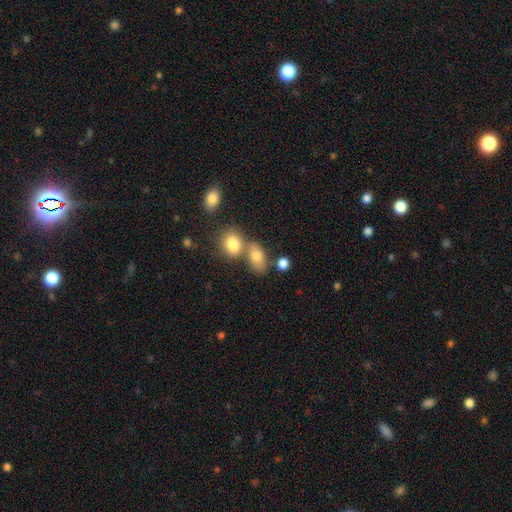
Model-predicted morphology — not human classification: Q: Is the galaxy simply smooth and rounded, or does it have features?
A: smooth — 74%.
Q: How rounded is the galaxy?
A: in between — 73%.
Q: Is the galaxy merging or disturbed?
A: none — 44%.